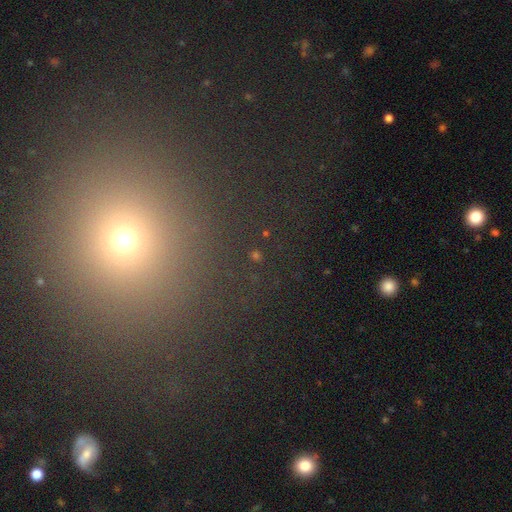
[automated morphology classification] star or artifact 49%, smooth 41%, featured or disk 10%.